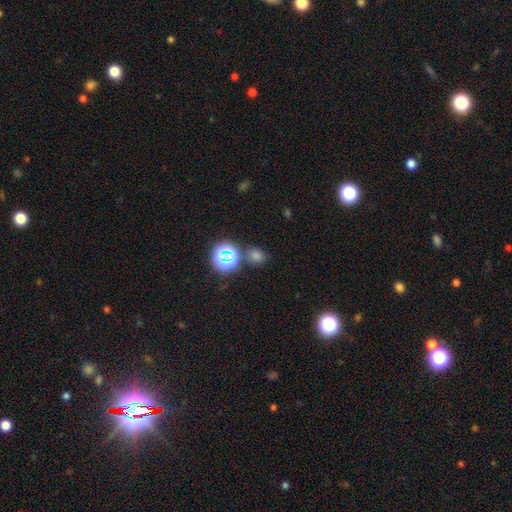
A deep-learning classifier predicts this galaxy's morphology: A smooth galaxy with no disk features (58%) that is round (78%). Merging: none (79%).